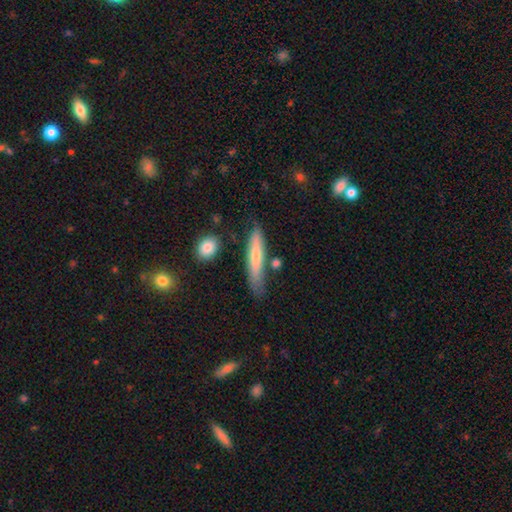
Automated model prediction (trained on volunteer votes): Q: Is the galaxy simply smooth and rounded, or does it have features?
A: smooth — 63%.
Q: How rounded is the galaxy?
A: cigar-shaped — 89%.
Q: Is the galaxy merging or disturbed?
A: none — 73%.